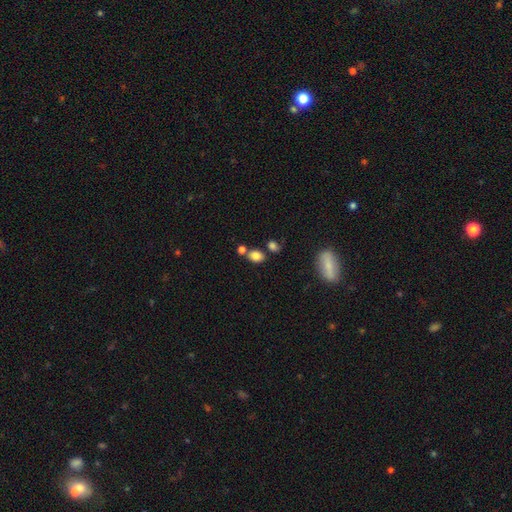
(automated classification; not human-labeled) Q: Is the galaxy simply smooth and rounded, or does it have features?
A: smooth — 82%.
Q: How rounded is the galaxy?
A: in between — 66%.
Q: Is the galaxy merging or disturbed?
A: none — 64%.